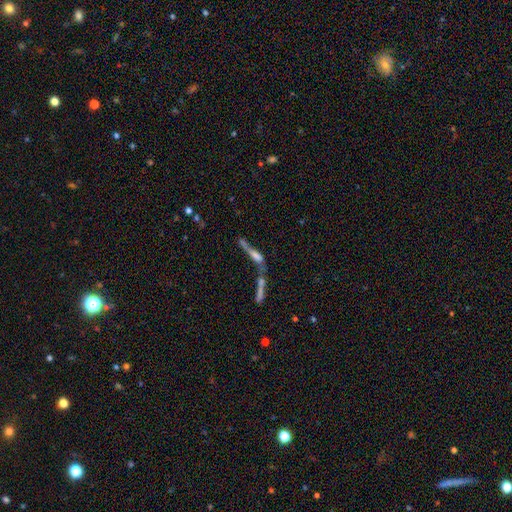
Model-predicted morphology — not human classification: This appears to be a featured or disk galaxy (50%) viewed edge-on (53%). Merging: merger (61%).